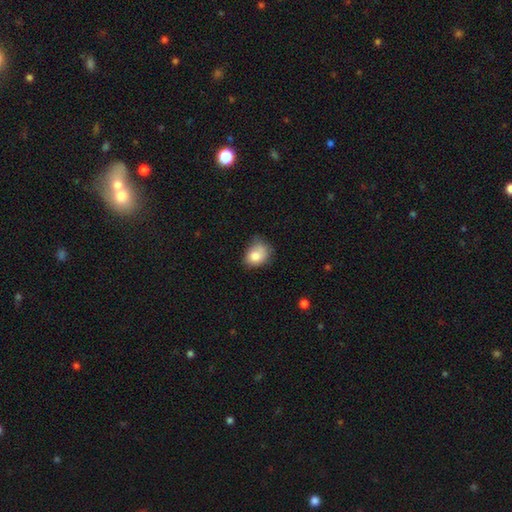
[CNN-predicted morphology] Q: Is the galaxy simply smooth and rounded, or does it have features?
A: smooth — 81%.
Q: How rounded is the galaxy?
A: in between — 63%.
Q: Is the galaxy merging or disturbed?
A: none — 45%.